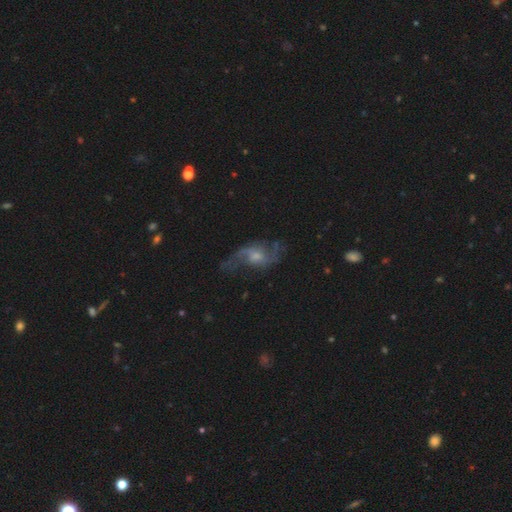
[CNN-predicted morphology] The model was most divided on "bulge size": small: 47%, moderate: 40%, none: 8%, large: 4%, dominant: 1%. More confident: edge-on disk — no (95%); spiral arms — yes (91%); spiral arm count — 2 (83%); smooth or featured — featured or disk (79%); spiral winding — loose (71%); merging — none (61%); bar — no (53%).